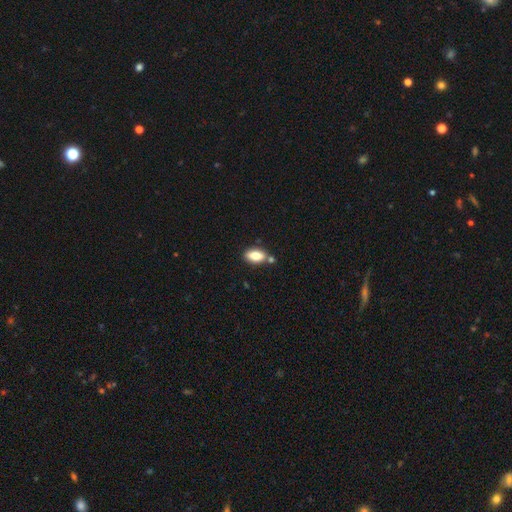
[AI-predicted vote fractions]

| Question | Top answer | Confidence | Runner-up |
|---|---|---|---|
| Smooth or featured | smooth | 78% | featured or disk (14%) |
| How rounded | in between | 90% | cigar-shaped (5%) |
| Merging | none | 70% | merger (14%) |